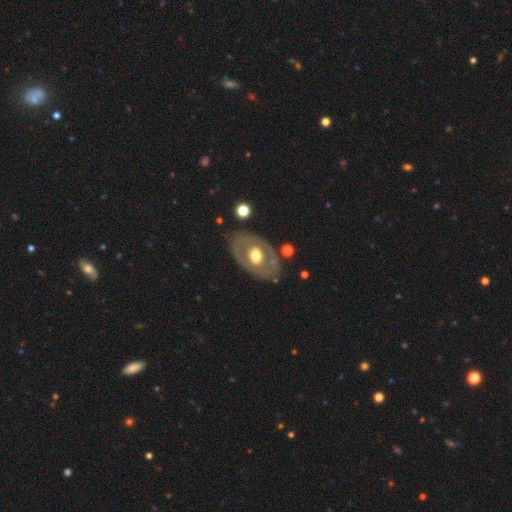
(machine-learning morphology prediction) featured or disk 59%, smooth 36%, star or artifact 5%. Down the decision tree: edge-on disk — no (91%); bar — no (83%); spiral arms — no (87%); bulge size — moderate (62%); merging — none (76%).